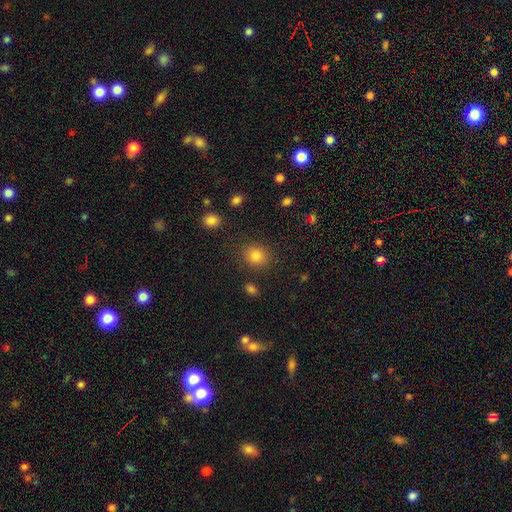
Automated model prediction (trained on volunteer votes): Smooth or featured?
  - smooth: 83% *
  - star or artifact: 12%
  - featured or disk: 5%
How rounded?
  - round: 77% *
  - in between: 22%
  - cigar-shaped: 1%
Merging?
  - none: 86% *
  - minor disturbance: 8%
  - major disturbance: 3%
  - merger: 3%